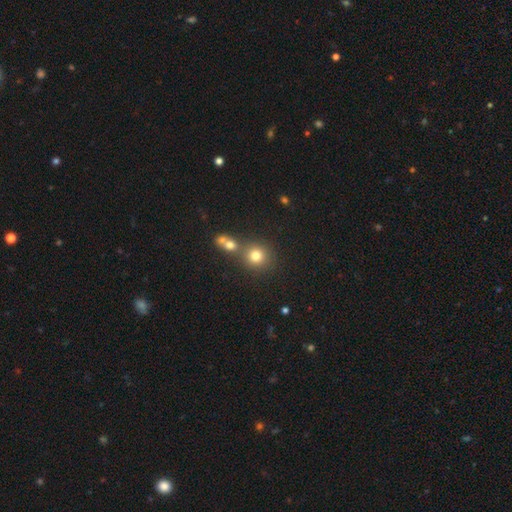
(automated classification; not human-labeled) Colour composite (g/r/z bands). It shows a smooth galaxy with no disk features (77%) that is round (88%). Merging: none (62%).